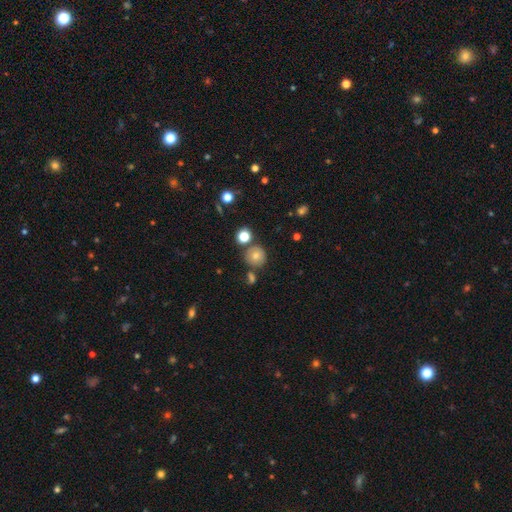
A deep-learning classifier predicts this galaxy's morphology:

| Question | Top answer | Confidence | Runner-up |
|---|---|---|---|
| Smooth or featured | smooth | 72% | star or artifact (14%) |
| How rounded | round | 91% | in between (8%) |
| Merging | none | 74% | merger (12%) |